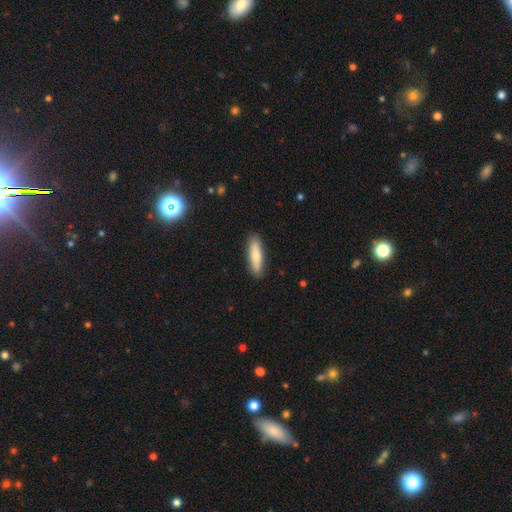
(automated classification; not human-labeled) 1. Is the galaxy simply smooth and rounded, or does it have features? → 73% smooth, 22% featured or disk, 6% star or artifact.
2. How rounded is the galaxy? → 62% cigar-shaped, 36% in between, 2% round.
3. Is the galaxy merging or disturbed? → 88% none, 9% minor disturbance, 2% major disturbance, 1% merger.